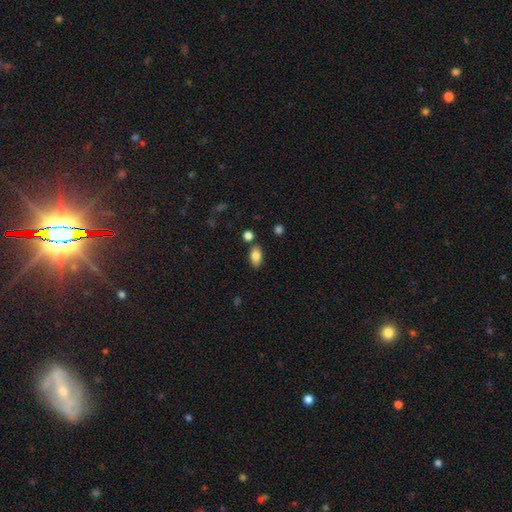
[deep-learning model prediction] A smooth galaxy with no disk features (84%) that is in between round and cigar-shaped (91%). Merging: none (80%).